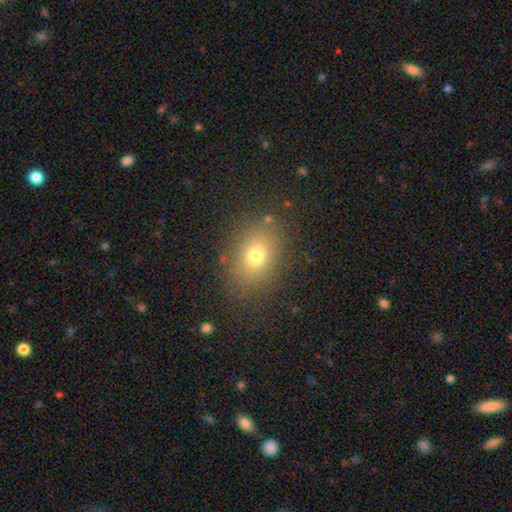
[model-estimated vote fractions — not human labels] Morphology: type=smooth (73%); roundness=in between (70%); merging=none (84%).